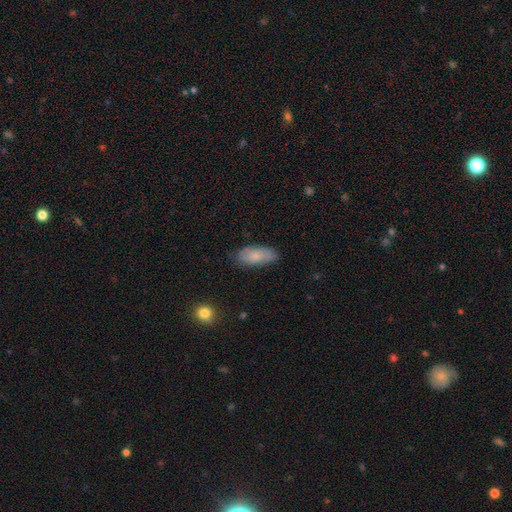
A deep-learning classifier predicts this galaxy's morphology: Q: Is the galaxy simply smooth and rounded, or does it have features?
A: smooth — 75%.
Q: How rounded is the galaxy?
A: in between — 85%.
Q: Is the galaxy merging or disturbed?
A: none — 74%.